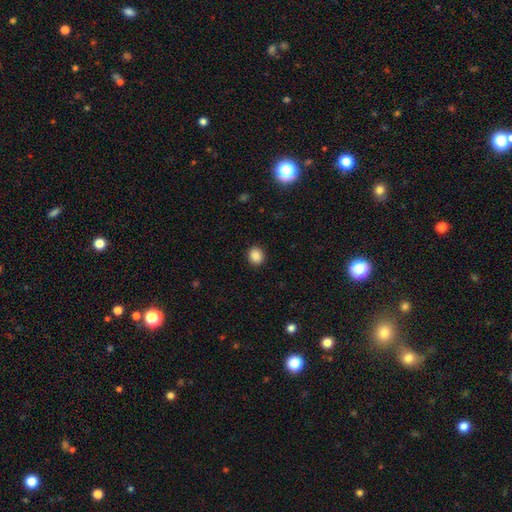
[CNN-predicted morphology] smooth_or_featured: smooth (p=0.88) [alt: star or artifact p=0.10]
how_rounded: round (p=0.77) [alt: in between p=0.22]
merging: none (p=0.91) [alt: minor disturbance p=0.06]